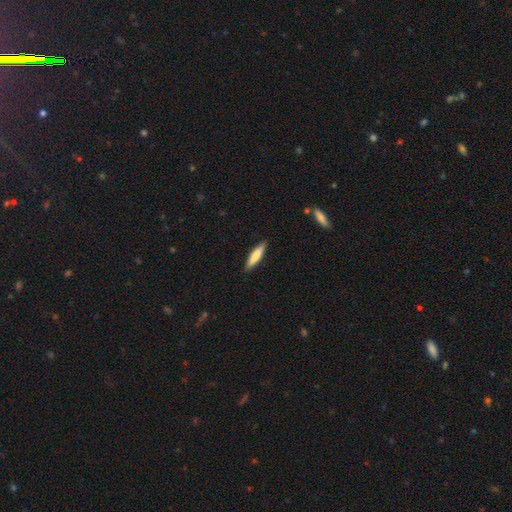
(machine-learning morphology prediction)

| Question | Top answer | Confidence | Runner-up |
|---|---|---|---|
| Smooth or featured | smooth | 78% | featured or disk (17%) |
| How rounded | cigar-shaped | 79% | in between (20%) |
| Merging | none | 89% | minor disturbance (9%) |